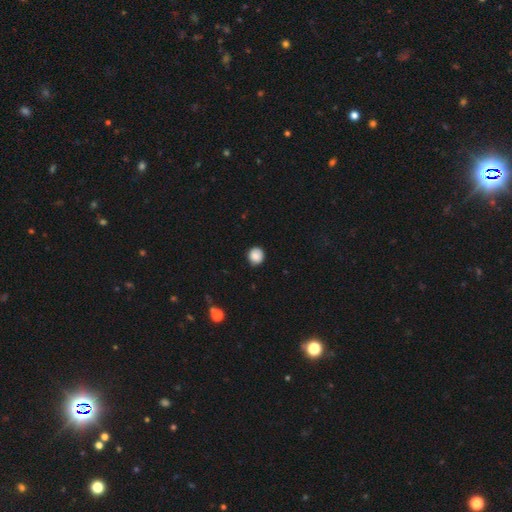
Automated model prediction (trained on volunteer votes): smooth_or_featured: smooth (p=0.87) [alt: star or artifact p=0.09]
how_rounded: round (p=0.88) [alt: in between p=0.11]
merging: none (p=0.86) [alt: minor disturbance p=0.11]